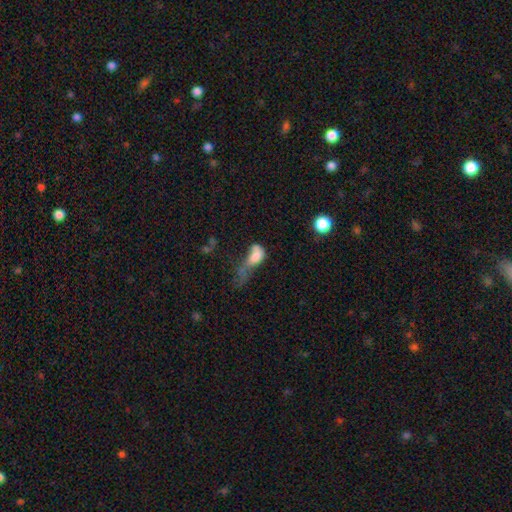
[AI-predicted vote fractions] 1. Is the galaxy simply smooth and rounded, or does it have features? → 66% smooth, 23% featured or disk, 11% star or artifact.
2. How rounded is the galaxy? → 77% in between, 16% round, 7% cigar-shaped.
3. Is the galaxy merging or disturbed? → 56% major disturbance, 19% merger, 14% minor disturbance, 11% none.